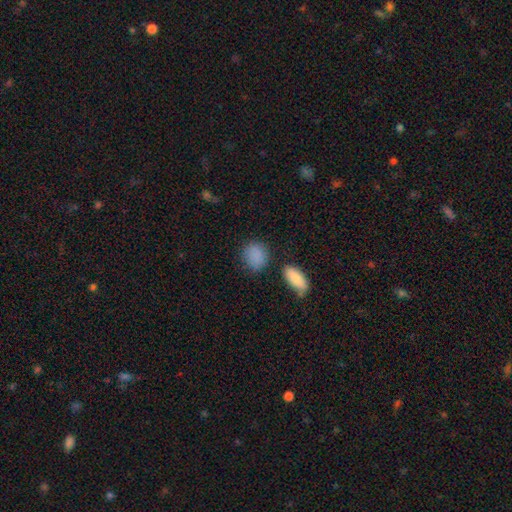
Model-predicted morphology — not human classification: Smooth or featured: smooth — 87% (star or artifact — 9%)
How rounded: round — 60% (in between — 38%)
Merging: none — 77% (minor disturbance — 13%)